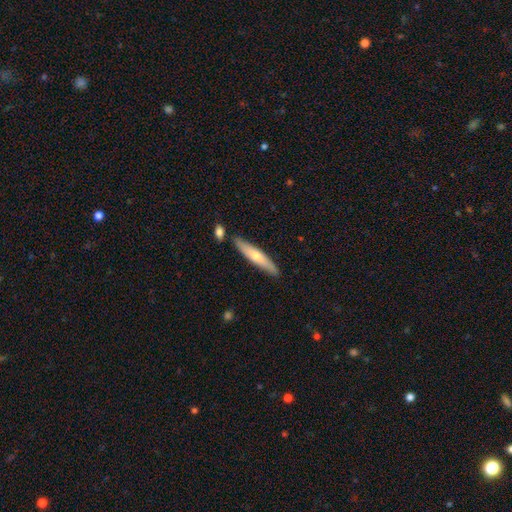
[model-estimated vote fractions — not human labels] Overall: smooth (53%; featured or disk 42%). How rounded: cigar-shaped (88%). Merging: none (82%).